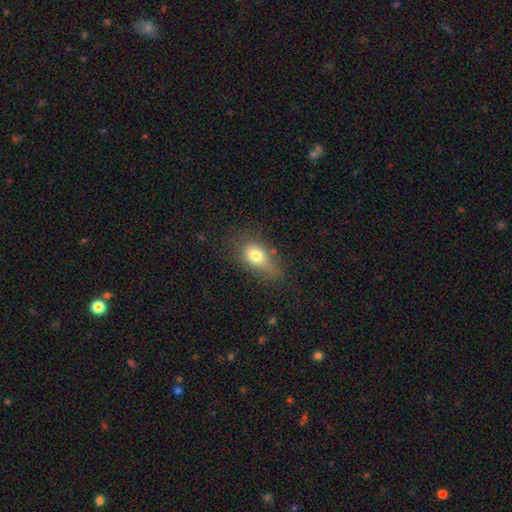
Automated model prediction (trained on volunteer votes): Smooth or featured: smooth — 76% (featured or disk — 14%)
How rounded: in between — 78% (round — 17%)
Merging: none — 50% (minor disturbance — 31%)